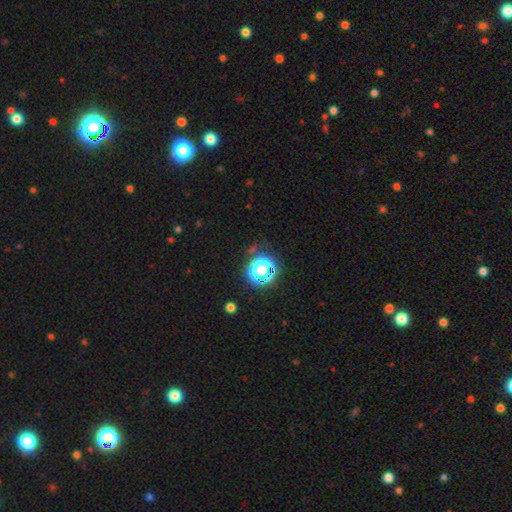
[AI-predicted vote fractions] Overall: star or artifact (74%).